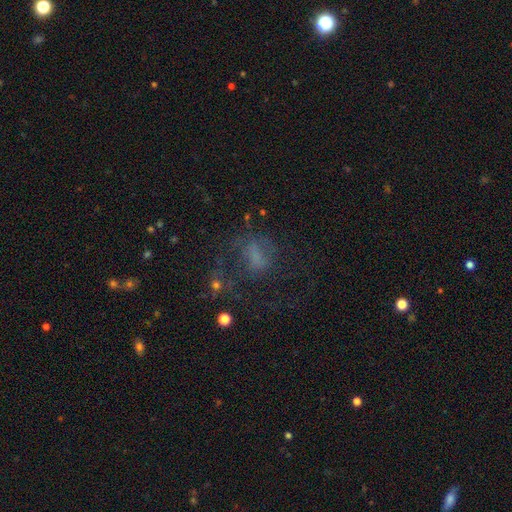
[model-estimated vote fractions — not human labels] A featured or disk galaxy (39%).

Vote fractions:
- Smooth or featured? featured or disk: 39% / smooth: 36% / star or artifact: 25%
- Merging? none: 40% / major disturbance: 39% / minor disturbance: 17% / merger: 4%